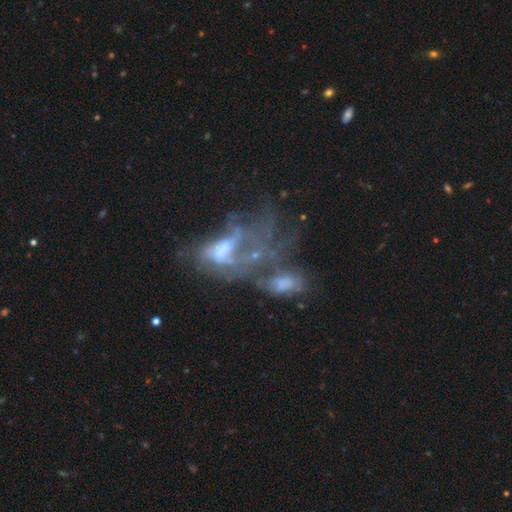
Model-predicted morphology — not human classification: smooth-or-featured: featured or disk: 65% | smooth: 19% | star or artifact: 16%
  disk-edge-on: no: 94% | yes: 6%
    bar: no: 62% | weak: 27% | strong: 12%
    has-spiral-arms: no: 61% | yes: 39%
    bulge-size: moderate: 35% | small: 29% | none: 27% | large: 7% | dominant: 2%
  merging: merger: 54% | major disturbance: 27% | none: 12% | minor disturbance: 7%